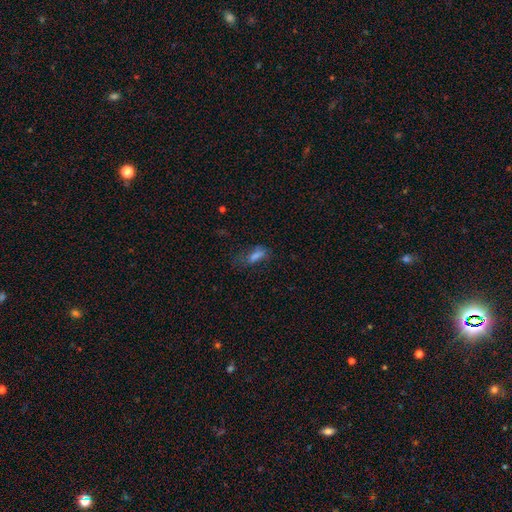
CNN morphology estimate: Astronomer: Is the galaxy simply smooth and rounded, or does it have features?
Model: smooth — 63%.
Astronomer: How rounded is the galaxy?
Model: in between — 62%.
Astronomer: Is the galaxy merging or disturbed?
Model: none — 52%.